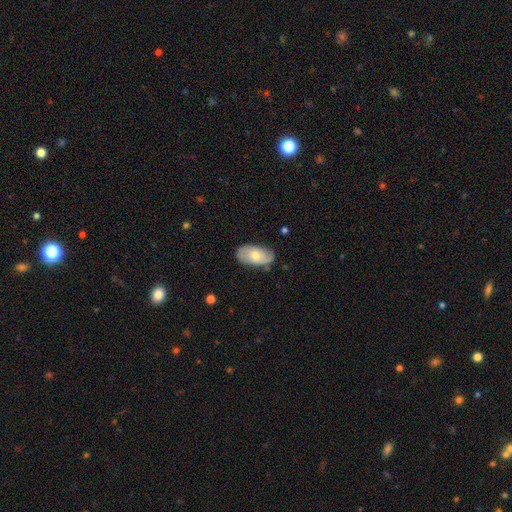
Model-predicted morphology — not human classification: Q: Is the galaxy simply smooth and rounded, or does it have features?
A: smooth — 52%.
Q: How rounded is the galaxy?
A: in between — 94%.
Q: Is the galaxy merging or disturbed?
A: none — 72%.